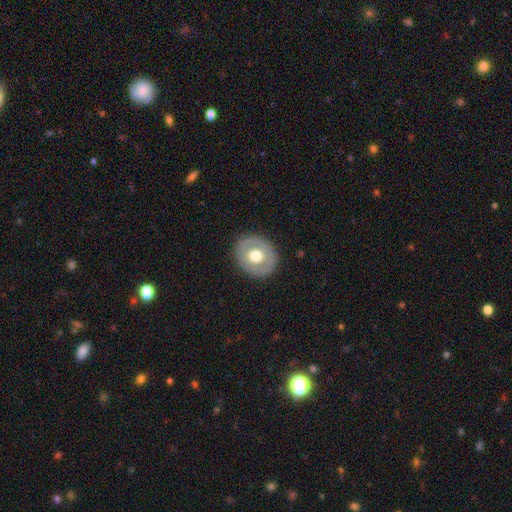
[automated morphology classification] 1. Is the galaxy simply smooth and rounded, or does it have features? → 52% smooth, 42% featured or disk, 6% star or artifact.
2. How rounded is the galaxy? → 69% round, 30% in between, 1% cigar-shaped.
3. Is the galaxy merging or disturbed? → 86% none, 10% minor disturbance, 4% major disturbance, 1% merger.